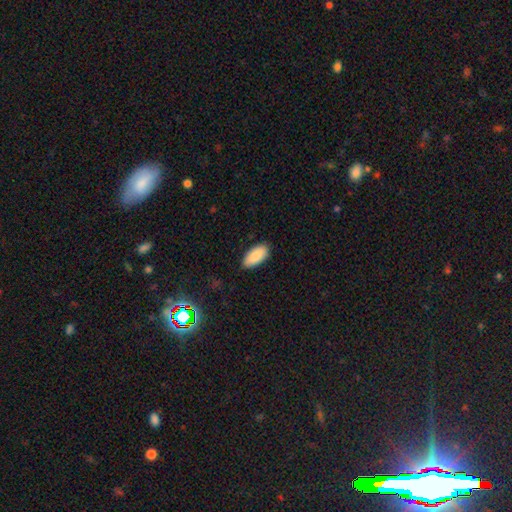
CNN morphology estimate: Q: Smooth or featured?
A: smooth (89%); runner-up: star or artifact (6%)
Q: How rounded?
A: in between (91%); runner-up: cigar-shaped (7%)
Q: Merging?
A: none (83%); runner-up: minor disturbance (14%)